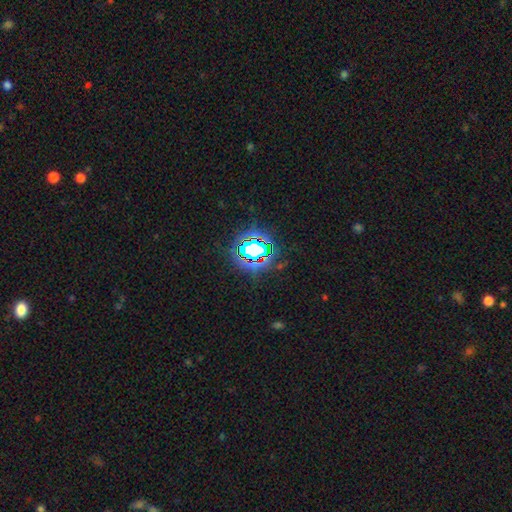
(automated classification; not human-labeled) Morphology: type=star or artifact (81%).